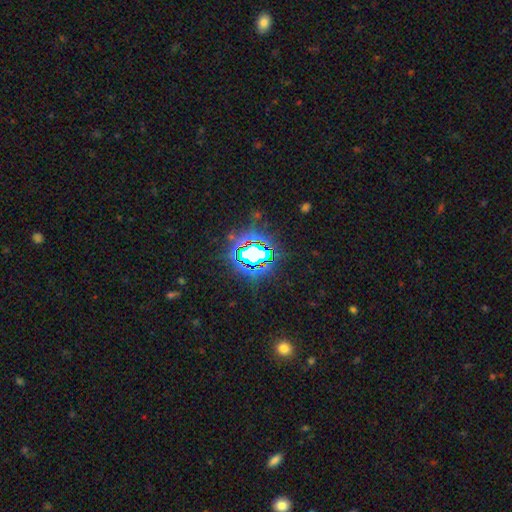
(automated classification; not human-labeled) star or artifact 77%, smooth 13%, featured or disk 11%.